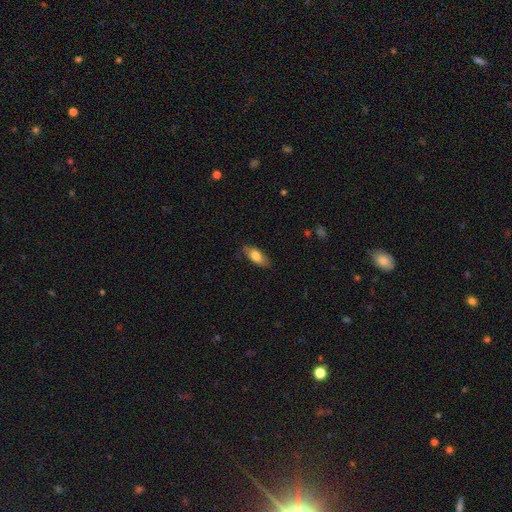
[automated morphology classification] smooth-or-featured: smooth: 73% | featured or disk: 21% | star or artifact: 6%
  how-rounded: in between: 78% | cigar-shaped: 20% | round: 3%
  merging: none: 78% | minor disturbance: 17% | major disturbance: 3% | merger: 1%